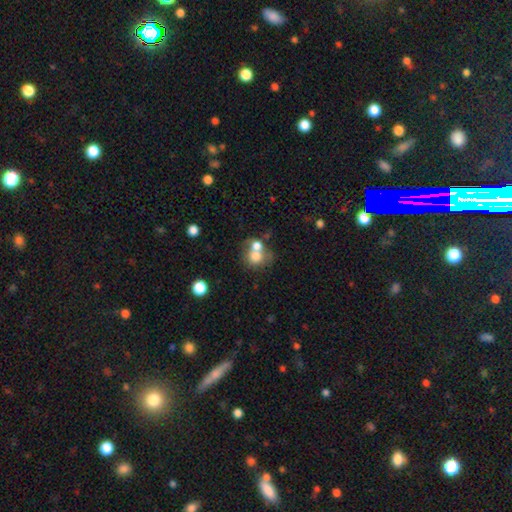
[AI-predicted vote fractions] The model was most divided on "merging": merger: 55%, none: 31%, minor disturbance: 8%, major disturbance: 6%. More confident: how rounded — round (74%); smooth or featured — smooth (71%).